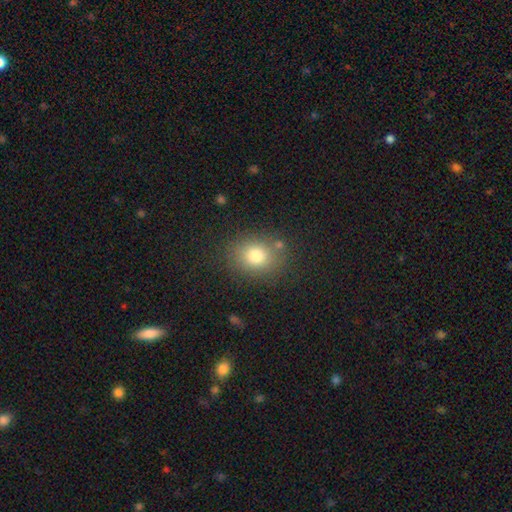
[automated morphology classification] Smooth or featured: smooth — 77% (star or artifact — 13%)
How rounded: round — 60% (in between — 39%)
Merging: none — 80% (minor disturbance — 11%)